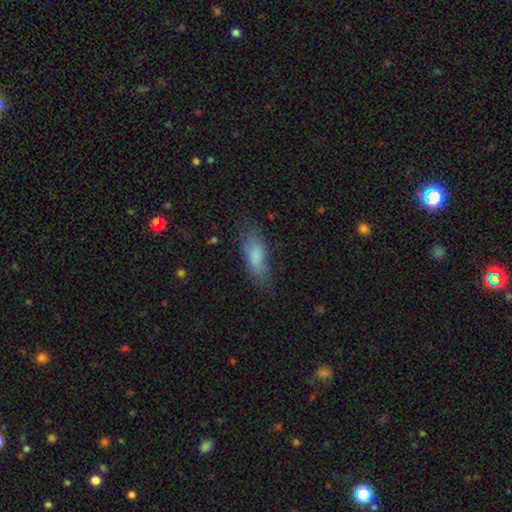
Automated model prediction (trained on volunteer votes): Smooth or featured: smooth — 79% (featured or disk — 13%)
How rounded: in between — 66% (cigar-shaped — 32%)
Merging: none — 64% (minor disturbance — 25%)